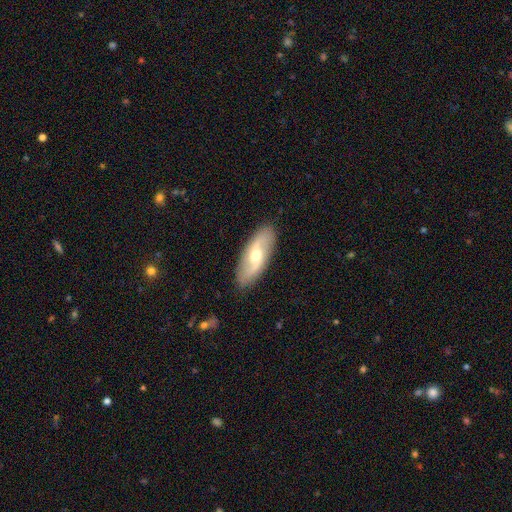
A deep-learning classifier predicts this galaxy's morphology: Smooth or featured: featured or disk — 66% (smooth — 29%)
Edge-on disk: no — 86% (yes — 14%)
Bar: weak — 45% (no — 39%)
Spiral arms: yes — 81% (no — 19%)
Bulge size: moderate — 71% (small — 22%)
Merging: none — 88% (minor disturbance — 9%)